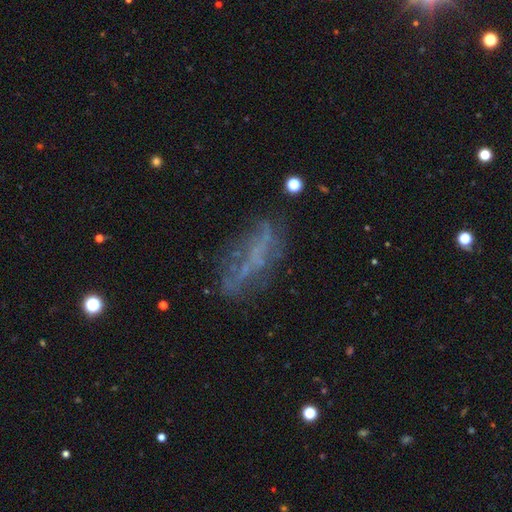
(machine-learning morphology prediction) smooth-or-featured: featured or disk: 49% | smooth: 33% | star or artifact: 18%
  merging: none: 59% | minor disturbance: 21% | major disturbance: 16% | merger: 4%